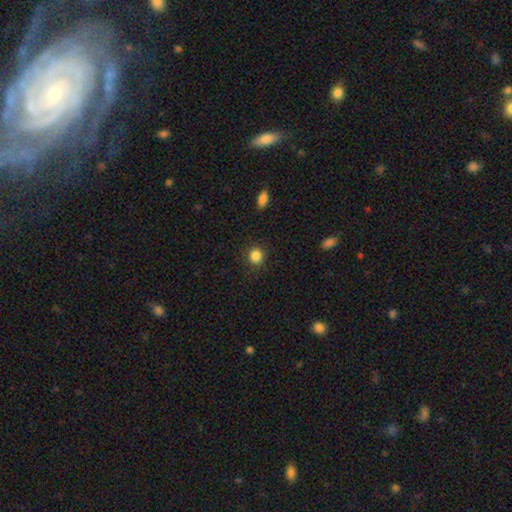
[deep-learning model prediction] The model was most divided on "smooth or featured": smooth: 86%, star or artifact: 10%, featured or disk: 4%. More confident: how rounded — round (89%); merging — none (88%).